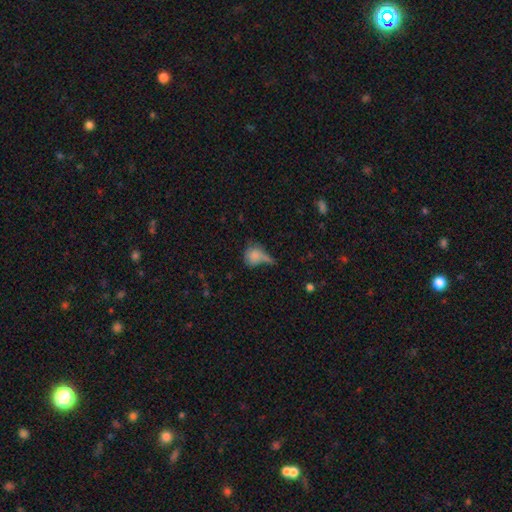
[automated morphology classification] Smooth or featured: smooth — 77% (featured or disk — 13%)
How rounded: round — 68% (in between — 29%)
Merging: none — 34% (minor disturbance — 23%)